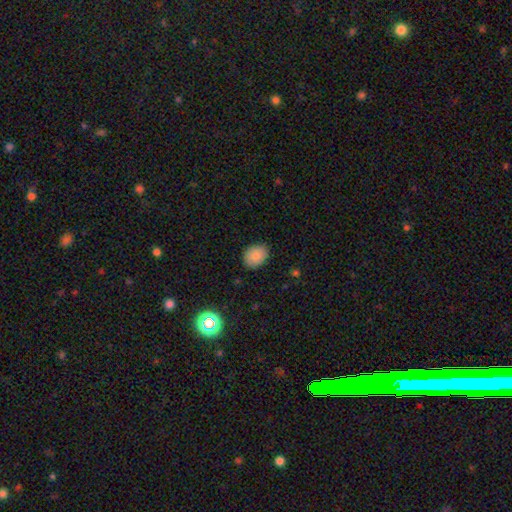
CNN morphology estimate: smooth_or_featured: smooth (p=0.84) [alt: star or artifact p=0.09]
how_rounded: in between (p=0.58) [alt: round p=0.42]
merging: none (p=0.86) [alt: minor disturbance p=0.10]